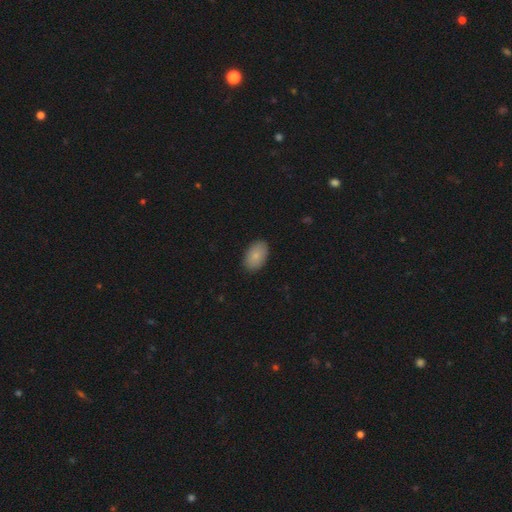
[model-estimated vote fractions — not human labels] This is clearly a smooth galaxy (85%). How rounded: clearly in between (91%). Merging: clearly none (88%).